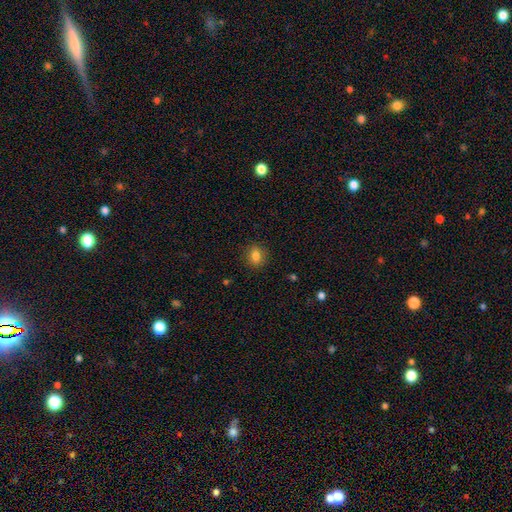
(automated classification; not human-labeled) Smooth or featured? Predicted: smooth (p=0.83). How rounded? Predicted: round (p=0.54). Merging? Predicted: none (p=0.87).